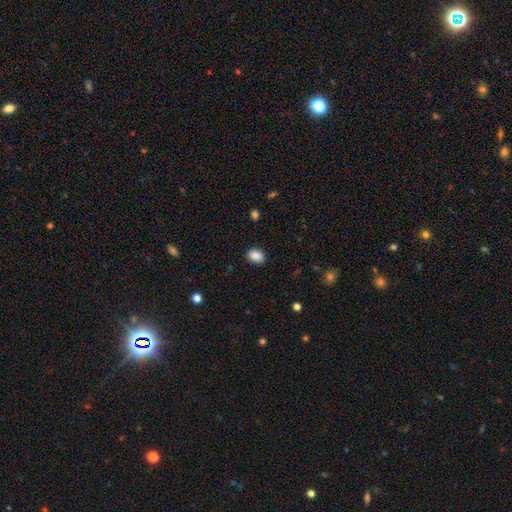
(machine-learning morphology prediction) smooth_or_featured: smooth (p=0.88) [alt: star or artifact p=0.09]
how_rounded: in between (p=0.69) [alt: round p=0.30]
merging: none (p=0.86) [alt: minor disturbance p=0.10]